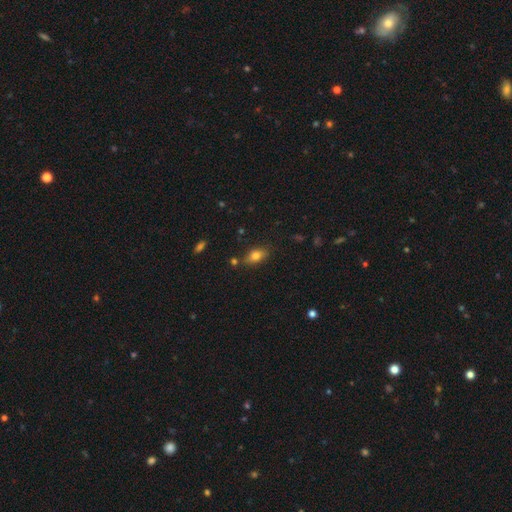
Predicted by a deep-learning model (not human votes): Overall: smooth (76%). How rounded: in between (81%). Merging: none (75%).